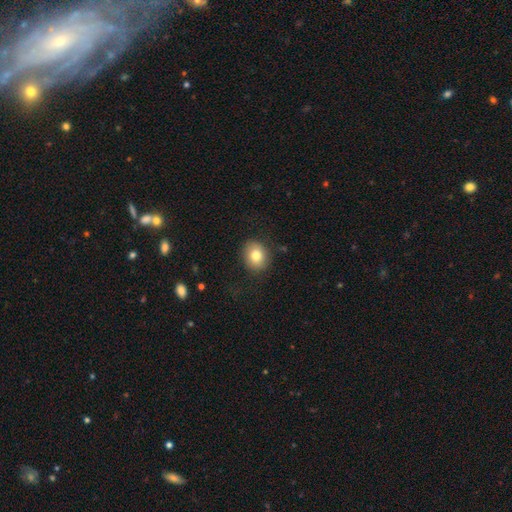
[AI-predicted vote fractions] Q: Smooth or featured?
A: smooth (79%); runner-up: featured or disk (12%)
Q: How rounded?
A: round (65%); runner-up: in between (34%)
Q: Merging?
A: none (84%); runner-up: minor disturbance (11%)